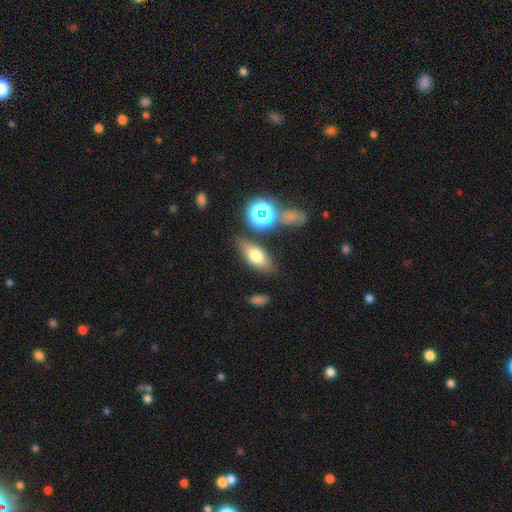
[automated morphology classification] type=smooth (66%); roundness=in between (77%); merging=none (76%).